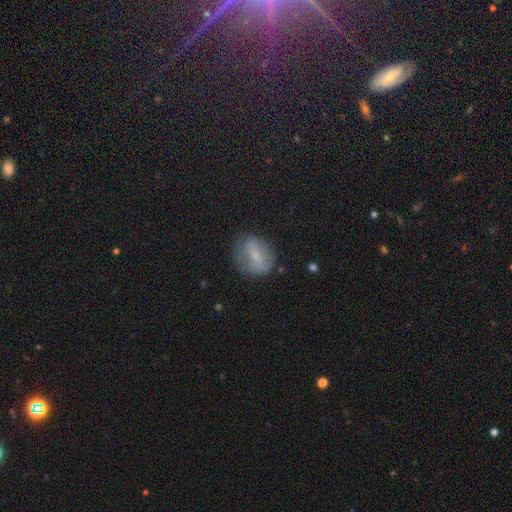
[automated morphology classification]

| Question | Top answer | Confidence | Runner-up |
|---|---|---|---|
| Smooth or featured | smooth | 55% | featured or disk (35%) |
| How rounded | in between | 54% | round (44%) |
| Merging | none | 70% | minor disturbance (20%) |